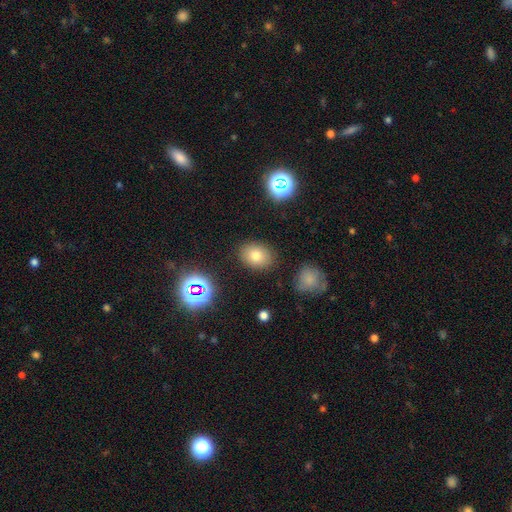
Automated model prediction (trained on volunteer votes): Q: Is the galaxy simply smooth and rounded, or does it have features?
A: smooth — 76%.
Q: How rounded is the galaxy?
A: in between — 62%.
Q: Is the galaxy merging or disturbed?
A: none — 85%.